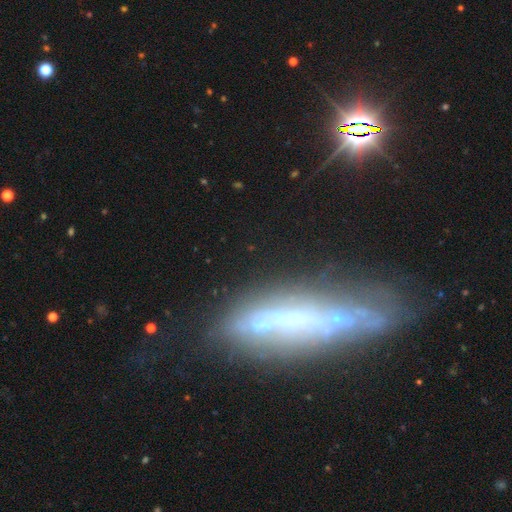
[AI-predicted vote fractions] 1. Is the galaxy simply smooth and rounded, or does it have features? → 58% featured or disk, 25% smooth, 16% star or artifact.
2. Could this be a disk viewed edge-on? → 58% yes, 42% no.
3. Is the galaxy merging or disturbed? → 52% none, 24% minor disturbance, 17% major disturbance, 7% merger.